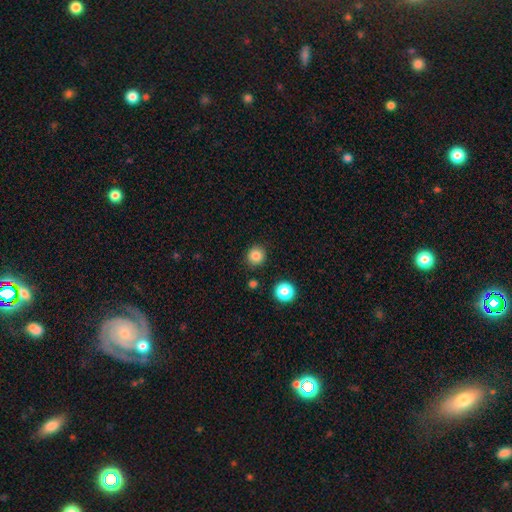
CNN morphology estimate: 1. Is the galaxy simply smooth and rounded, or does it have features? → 83% smooth, 12% star or artifact, 5% featured or disk.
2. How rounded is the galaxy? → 89% round, 10% in between, 1% cigar-shaped.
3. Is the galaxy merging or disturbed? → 88% none, 7% minor disturbance, 2% merger, 2% major disturbance.